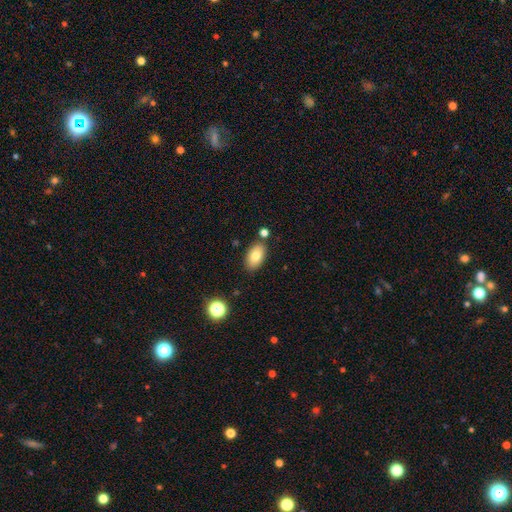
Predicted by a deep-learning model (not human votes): Smooth or featured?
  - smooth: 80% *
  - featured or disk: 12%
  - star or artifact: 8%
How rounded?
  - in between: 93% *
  - round: 5%
  - cigar-shaped: 2%
Merging?
  - none: 82% *
  - minor disturbance: 11%
  - merger: 5%
  - major disturbance: 2%